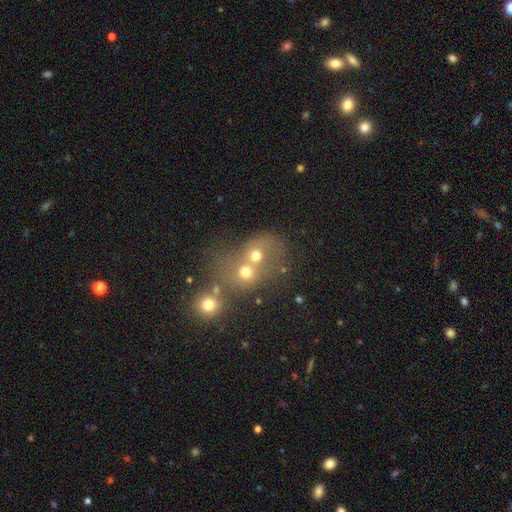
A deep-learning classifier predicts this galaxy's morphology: smooth_or_featured: smooth (p=0.61) [alt: featured or disk p=0.20]
how_rounded: round (p=0.69) [alt: in between p=0.30]
merging: merger (p=0.61) [alt: none p=0.27]